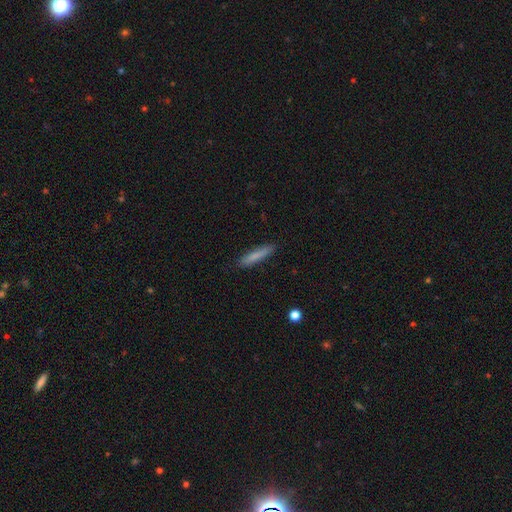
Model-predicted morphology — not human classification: Smooth or featured? smooth (80%)
How rounded? cigar-shaped (89%)
Merging? none (88%)